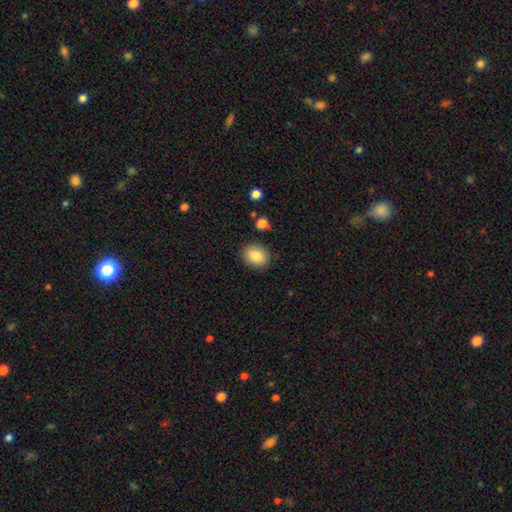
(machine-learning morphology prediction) Smooth or featured?
  - smooth: 86% *
  - star or artifact: 8%
  - featured or disk: 6%
How rounded?
  - in between: 56% *
  - round: 44%
  - cigar-shaped: 1%
Merging?
  - none: 86% *
  - minor disturbance: 9%
  - major disturbance: 3%
  - merger: 2%